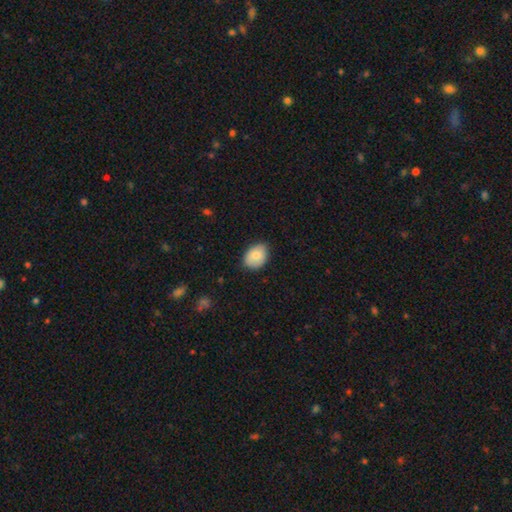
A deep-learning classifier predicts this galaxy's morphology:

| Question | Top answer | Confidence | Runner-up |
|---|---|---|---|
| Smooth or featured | smooth | 82% | featured or disk (11%) |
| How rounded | in between | 72% | round (27%) |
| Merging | none | 76% | minor disturbance (20%) |